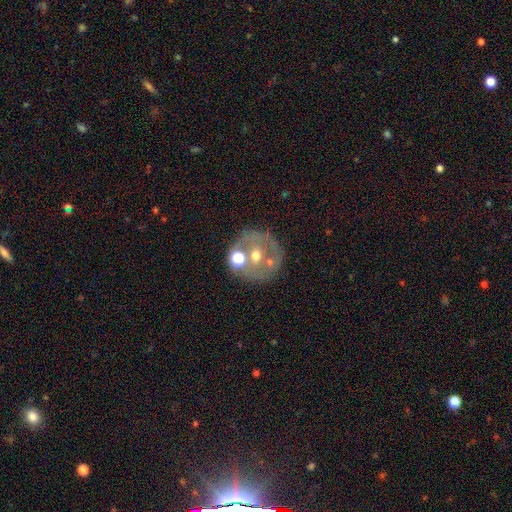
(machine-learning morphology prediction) Overall: featured or disk (47%; smooth 39%). Merging: none (61%).